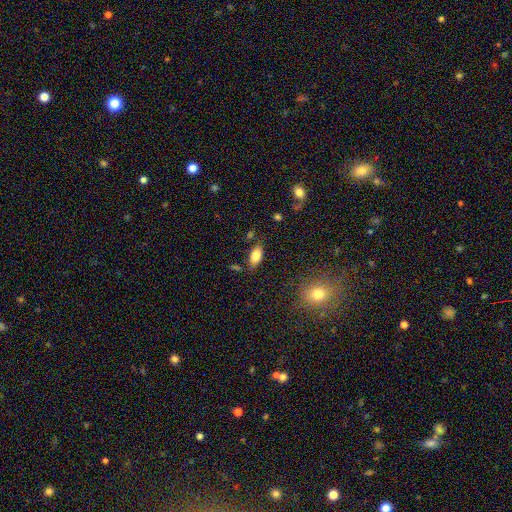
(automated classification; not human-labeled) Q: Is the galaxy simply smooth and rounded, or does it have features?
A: smooth — 81%.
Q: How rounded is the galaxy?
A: in between — 90%.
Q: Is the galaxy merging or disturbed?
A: none — 76%.